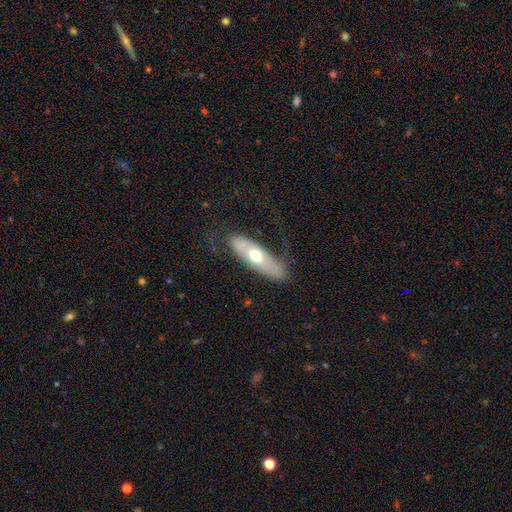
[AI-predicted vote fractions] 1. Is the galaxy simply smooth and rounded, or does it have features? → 49% smooth, 45% featured or disk, 6% star or artifact.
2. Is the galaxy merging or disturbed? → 62% none, 24% minor disturbance, 12% major disturbance, 2% merger.